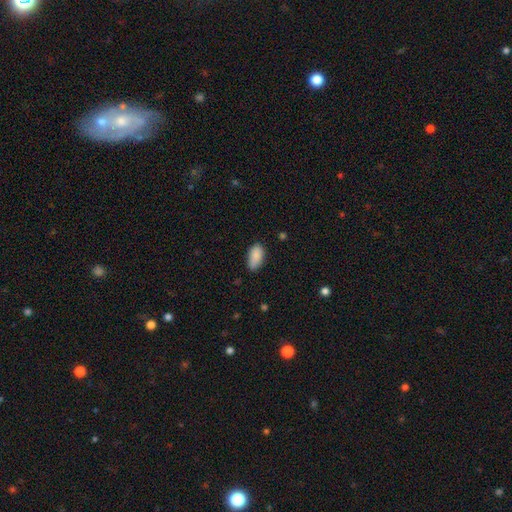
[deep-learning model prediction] This appears to be a smooth galaxy with no disk features (87%) that is in between round and cigar-shaped (93%). Merging: none (68%).